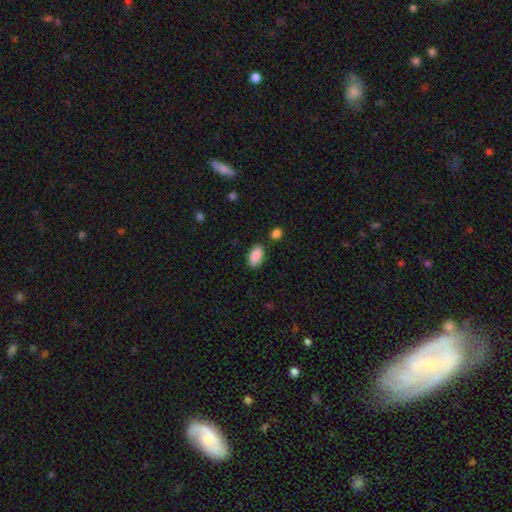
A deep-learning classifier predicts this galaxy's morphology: smooth-or-featured: smooth: 90% | star or artifact: 7% | featured or disk: 4%
  how-rounded: in between: 94% | round: 4% | cigar-shaped: 2%
  merging: none: 82% | minor disturbance: 11% | merger: 5% | major disturbance: 3%